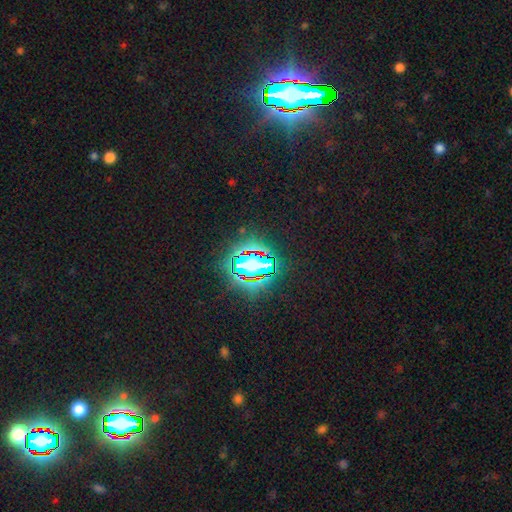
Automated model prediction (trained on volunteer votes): A star or artifact, not a galaxy (84%).

Vote fractions:
- Smooth or featured? star or artifact: 84% / smooth: 9% / featured or disk: 7%